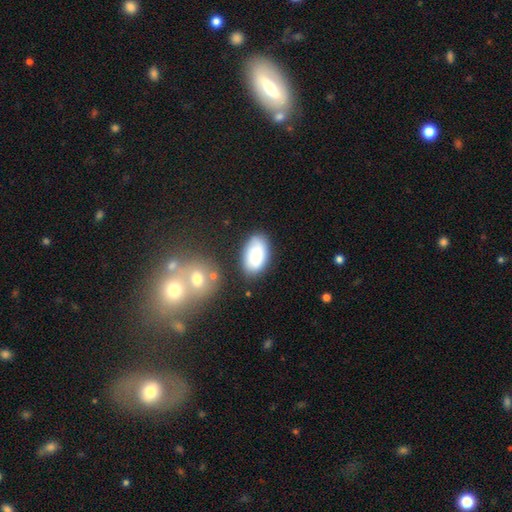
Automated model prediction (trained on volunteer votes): A smooth galaxy with no disk features (83%) that is in between round and cigar-shaped (93%).

Vote fractions:
- Smooth or featured? smooth: 83% / featured or disk: 10% / star or artifact: 7%
- How rounded? in between: 93% / round: 5% / cigar-shaped: 2%
- Merging? none: 74% / minor disturbance: 17% / merger: 5% / major disturbance: 4%